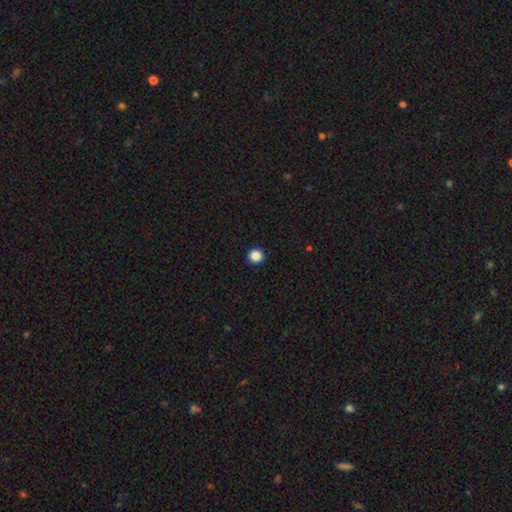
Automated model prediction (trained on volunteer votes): Smooth or featured?
  - smooth: 87% *
  - star or artifact: 10%
  - featured or disk: 3%
How rounded?
  - round: 95% *
  - in between: 4%
  - cigar-shaped: 1%
Merging?
  - none: 94% *
  - minor disturbance: 4%
  - major disturbance: 1%
  - merger: 1%